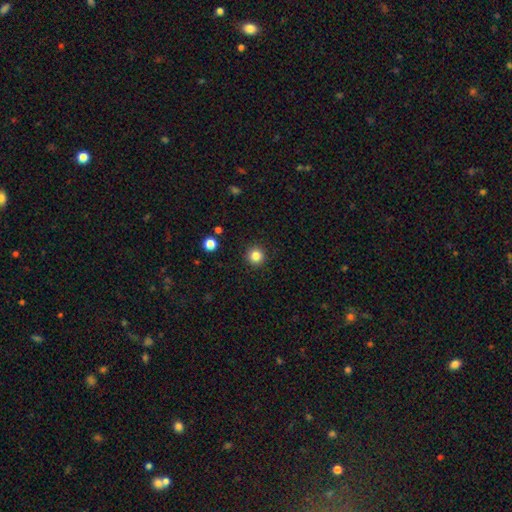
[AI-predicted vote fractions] Morphology: type=smooth (83%); roundness=round (96%); merging=none (92%).